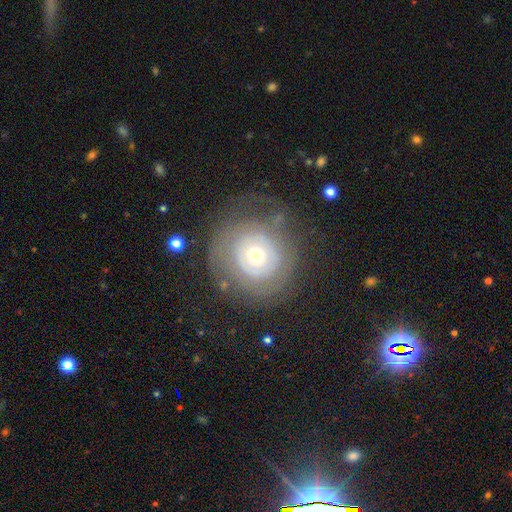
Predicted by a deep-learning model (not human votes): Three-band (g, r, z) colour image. It shows a featured or disk galaxy (59%) with no bar (88%), no spiral arms (51%) and a small central bulge (51%). Merging: none (63%).